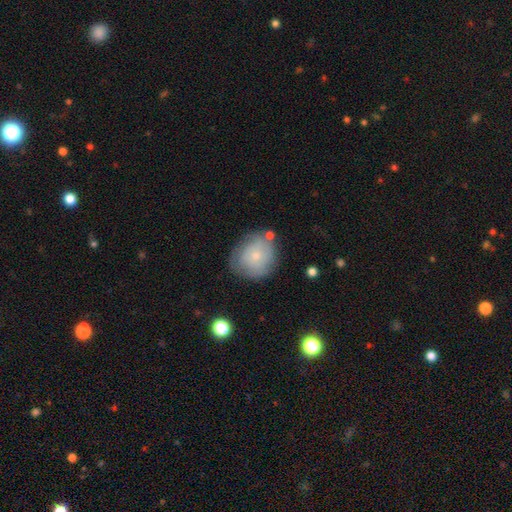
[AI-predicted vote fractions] Smooth or featured: smooth — 60% (featured or disk — 32%)
How rounded: round — 77% (in between — 22%)
Merging: none — 66% (minor disturbance — 22%)